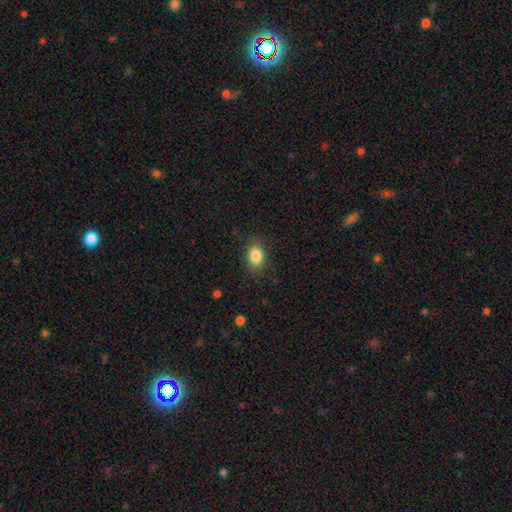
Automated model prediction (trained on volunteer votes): Smooth or featured?
  - smooth: 86% *
  - star or artifact: 9%
  - featured or disk: 5%
How rounded?
  - in between: 67% *
  - round: 32%
  - cigar-shaped: 1%
Merging?
  - none: 84% *
  - minor disturbance: 11%
  - major disturbance: 3%
  - merger: 1%